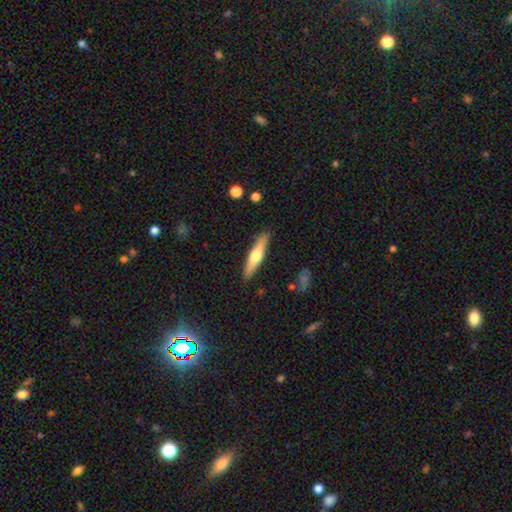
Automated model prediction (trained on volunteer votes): Morphology: type=featured or disk (53%); edge-on=yes (95%); edge-on bulge=rounded (92%); merging=none (90%).